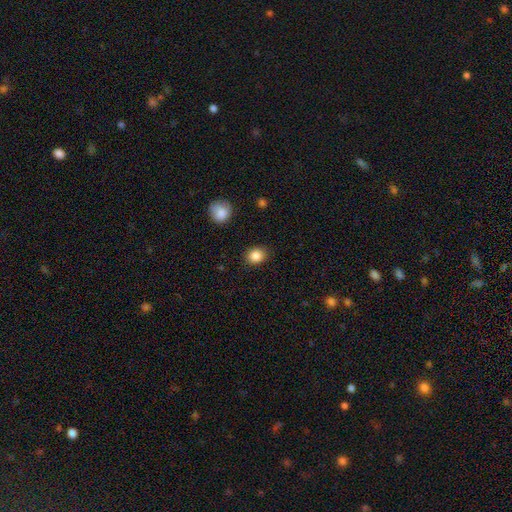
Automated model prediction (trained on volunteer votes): Smooth or featured? smooth (86%)
How rounded? round (64%)
Merging? none (87%)